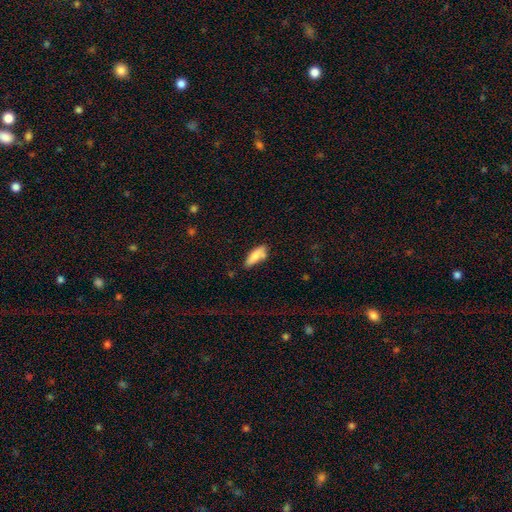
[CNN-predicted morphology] Q: Smooth or featured?
A: smooth (79%); runner-up: featured or disk (14%)
Q: How rounded?
A: in between (60%); runner-up: cigar-shaped (38%)
Q: Merging?
A: none (61%); runner-up: minor disturbance (23%)